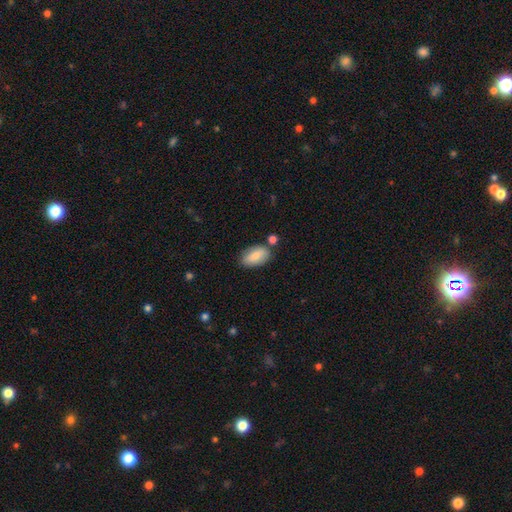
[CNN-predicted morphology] smooth 80%, featured or disk 14%, star or artifact 6%. Down the decision tree: how rounded — in between (93%); merging — none (75%).